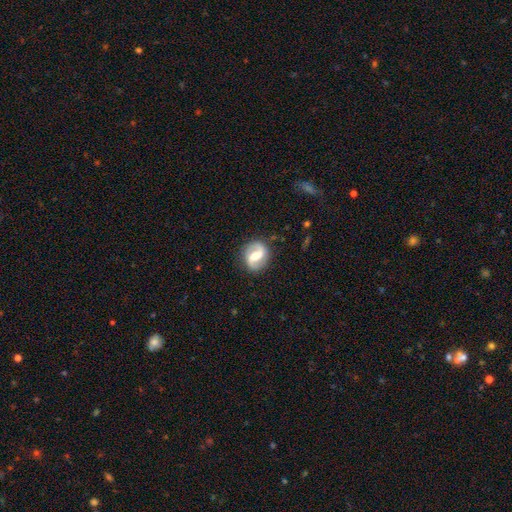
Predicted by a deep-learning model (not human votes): smooth-or-featured: featured or disk: 81% | smooth: 13% | star or artifact: 5%
  disk-edge-on: no: 98% | yes: 2%
    bar: weak: 44% | strong: 38% | no: 18%
    has-spiral-arms: yes: 93% | no: 7%
      spiral-winding: medium: 44% | loose: 38% | tight: 18%
      spiral-arm-count: 2: 92% | can't tell: 3% | 1: 2% | 3: 1% | 4: 1% | more than 4: 1%
    bulge-size: moderate: 53% | small: 23% | large: 16% | none: 5% | dominant: 2%
  merging: none: 85% | minor disturbance: 10% | major disturbance: 3% | merger: 1%